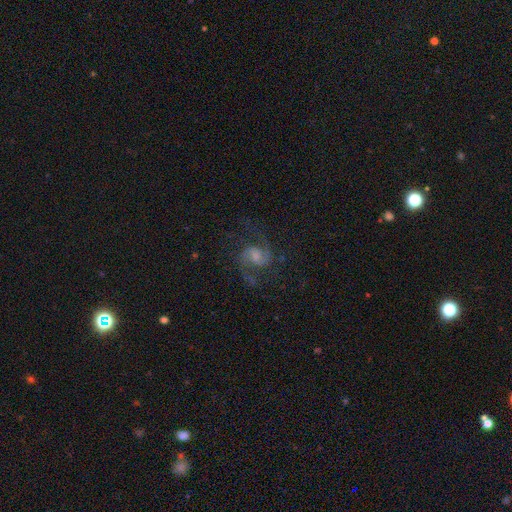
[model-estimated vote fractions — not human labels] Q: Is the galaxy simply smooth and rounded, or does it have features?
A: featured or disk — 86%.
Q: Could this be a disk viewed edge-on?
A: no — 98%.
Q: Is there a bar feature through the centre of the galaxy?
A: weak — 50%.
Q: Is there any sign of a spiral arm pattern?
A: yes — 97%.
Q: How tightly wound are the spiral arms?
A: medium — 59%.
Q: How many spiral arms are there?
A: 2 — 92%.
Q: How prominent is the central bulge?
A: small — 41%.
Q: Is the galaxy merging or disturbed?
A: none — 76%.